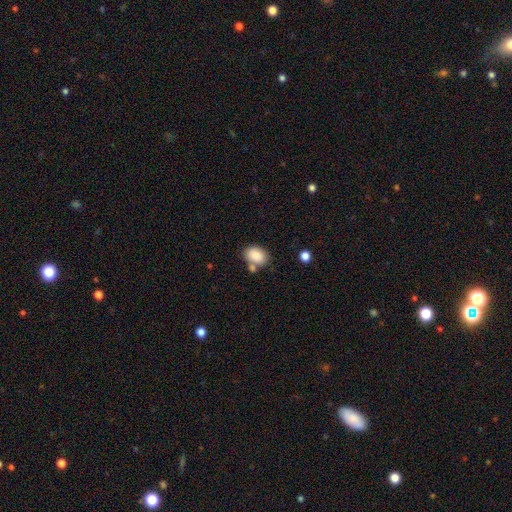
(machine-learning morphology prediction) smooth 87%, star or artifact 8%, featured or disk 6%. Down the decision tree: how rounded — in between (76%); merging — none (61%).